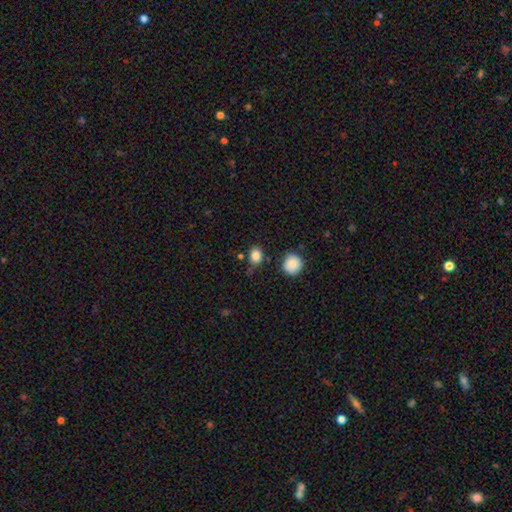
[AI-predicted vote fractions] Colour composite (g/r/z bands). It shows a smooth galaxy with no disk features (85%) that is round (51%). Merging: none (76%).